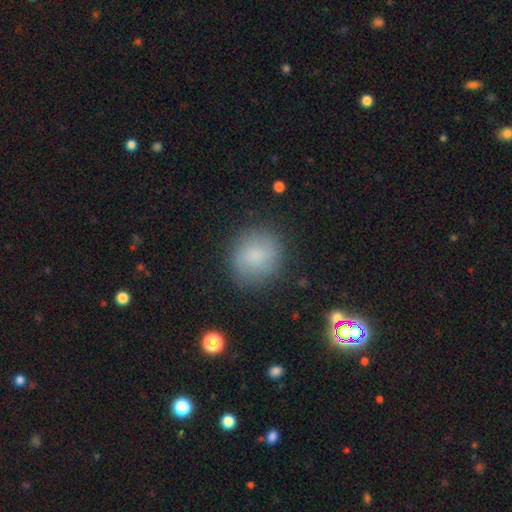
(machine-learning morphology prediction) This is likely a smooth galaxy (74%). How rounded: clearly round (84%). Merging: clearly none (82%).